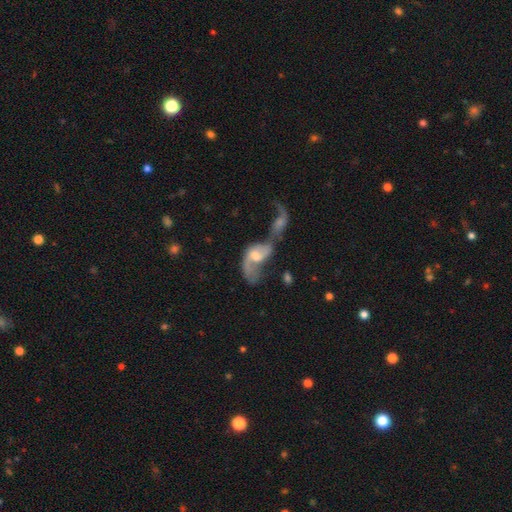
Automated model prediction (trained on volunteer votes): A featured or disk galaxy (66%) with no bar (54%), spiral arms (76%) and a moderate central bulge (48%).

Vote fractions:
- Smooth or featured? featured or disk: 66% / smooth: 25% / star or artifact: 8%
- Edge-on disk? no: 95% / yes: 5%
- Bar? no: 54% / weak: 37% / strong: 9%
- Spiral arms? yes: 76% / no: 24%
- Bulge size? moderate: 48% / small: 24% / large: 14% / none: 13% / dominant: 2%
- Merging? merger: 71% / major disturbance: 16% / none: 8% / minor disturbance: 5%